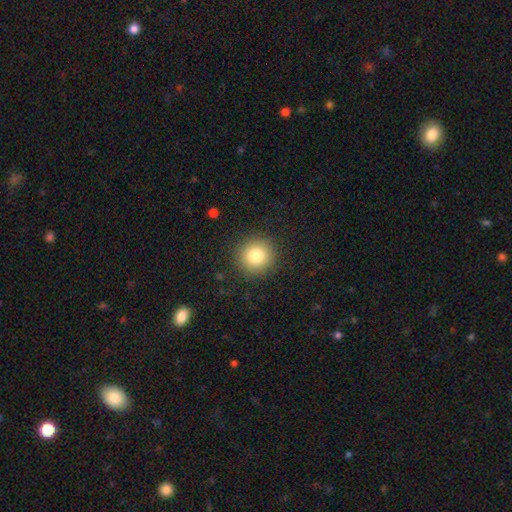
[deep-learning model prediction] This is clearly a smooth galaxy (81%). How rounded: clearly round (93%). Merging: clearly none (89%).